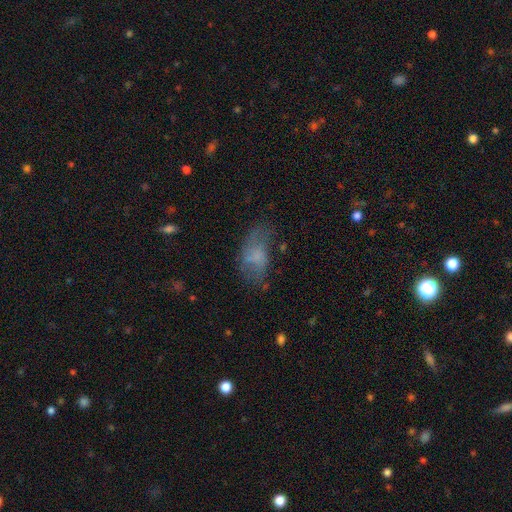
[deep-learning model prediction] Morphology: type=smooth (56%); roundness=in between (90%); merging=none (46%).